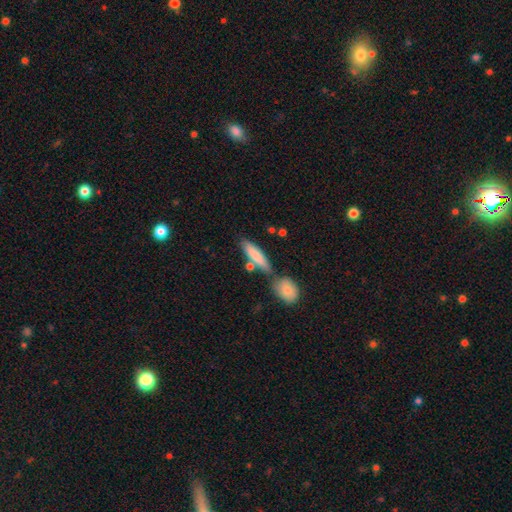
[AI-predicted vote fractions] Smooth or featured? Predicted: smooth (p=0.78). How rounded? Predicted: cigar-shaped (p=0.67). Merging? Predicted: none (p=0.63).